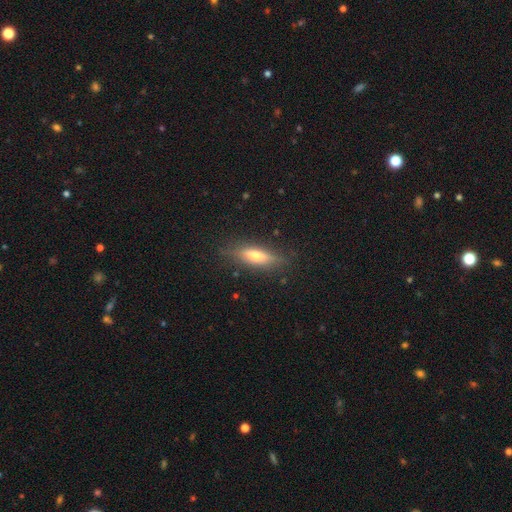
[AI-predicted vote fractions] A smooth galaxy with no disk features (49%).

Vote fractions:
- Smooth or featured? smooth: 49% / featured or disk: 43% / star or artifact: 8%
- Merging? none: 84% / minor disturbance: 12% / major disturbance: 3% / merger: 1%